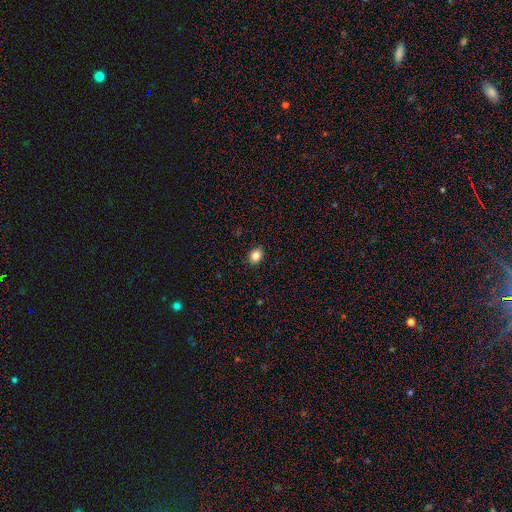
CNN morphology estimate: A smooth galaxy with no disk features (85%) that is in between round and cigar-shaped (52%).

Vote fractions:
- Smooth or featured? smooth: 85% / star or artifact: 10% / featured or disk: 5%
- How rounded? in between: 52% / round: 48% / cigar-shaped: 1%
- Merging? none: 89% / minor disturbance: 8% / major disturbance: 2% / merger: 1%